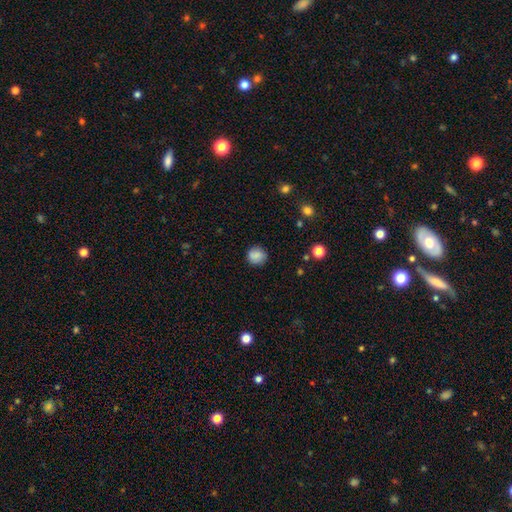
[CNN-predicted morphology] Q: Smooth or featured?
A: smooth (85%); runner-up: star or artifact (9%)
Q: How rounded?
A: round (88%); runner-up: in between (11%)
Q: Merging?
A: none (85%); runner-up: minor disturbance (11%)